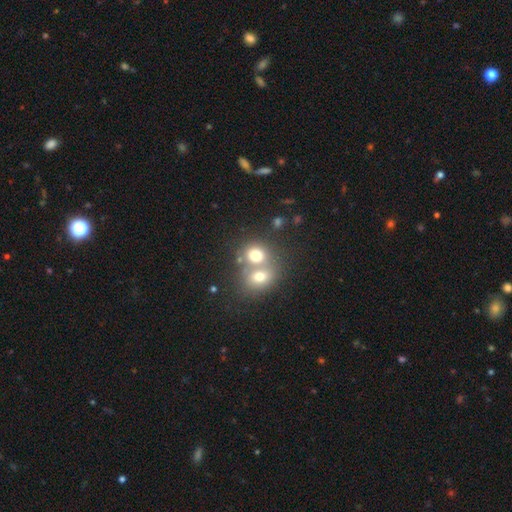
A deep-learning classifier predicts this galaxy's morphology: type=smooth (71%); roundness=round (65%); merging=merger (61%).